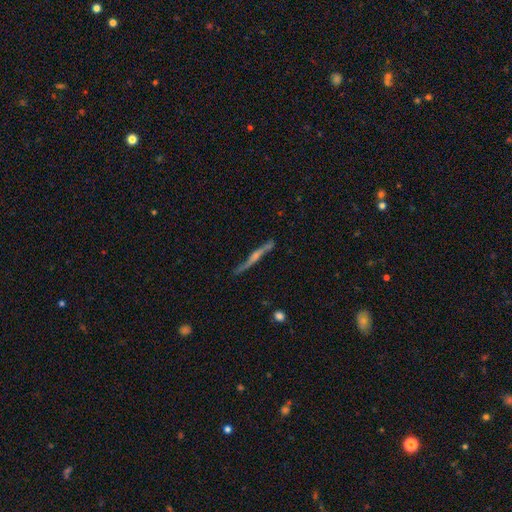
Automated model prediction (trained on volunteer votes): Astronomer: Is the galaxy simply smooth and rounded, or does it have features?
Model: featured or disk — 76%.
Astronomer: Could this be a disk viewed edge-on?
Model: yes — 95%.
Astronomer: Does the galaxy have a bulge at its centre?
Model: rounded — 66%.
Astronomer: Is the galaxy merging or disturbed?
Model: none — 80%.